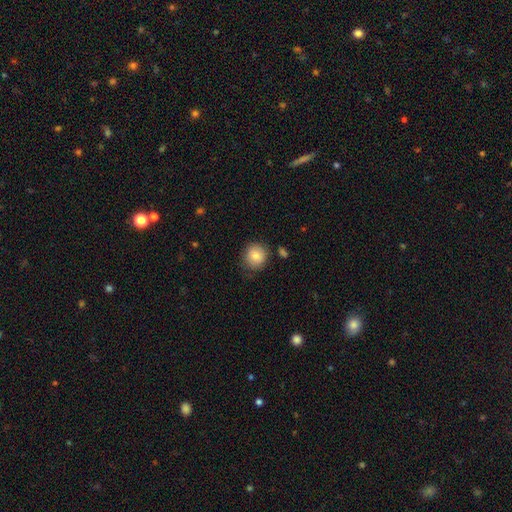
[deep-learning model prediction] Smooth or featured: smooth — 81% (featured or disk — 10%)
How rounded: round — 86% (in between — 13%)
Merging: none — 77% (minor disturbance — 16%)